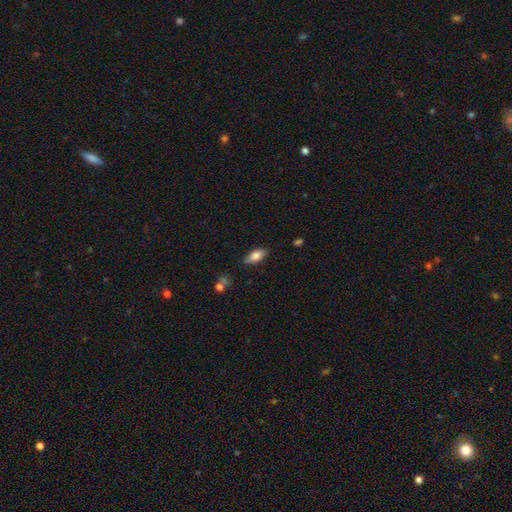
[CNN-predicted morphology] type=smooth (79%); roundness=in between (83%); merging=none (81%).